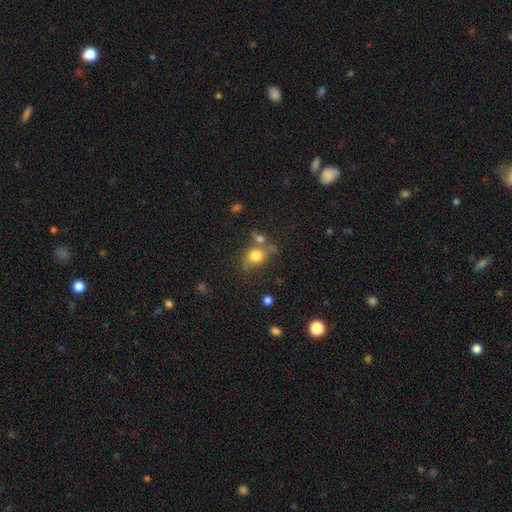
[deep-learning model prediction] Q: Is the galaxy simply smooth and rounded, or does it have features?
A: smooth — 78%.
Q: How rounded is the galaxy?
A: round — 61%.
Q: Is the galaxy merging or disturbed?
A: none — 48%.